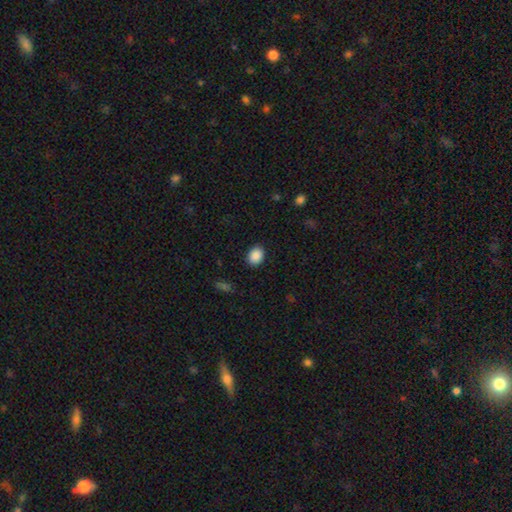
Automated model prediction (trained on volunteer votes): smooth_or_featured: smooth (p=0.89) [alt: star or artifact p=0.08]
how_rounded: in between (p=0.56) [alt: round p=0.43]
merging: none (p=0.88) [alt: minor disturbance p=0.08]